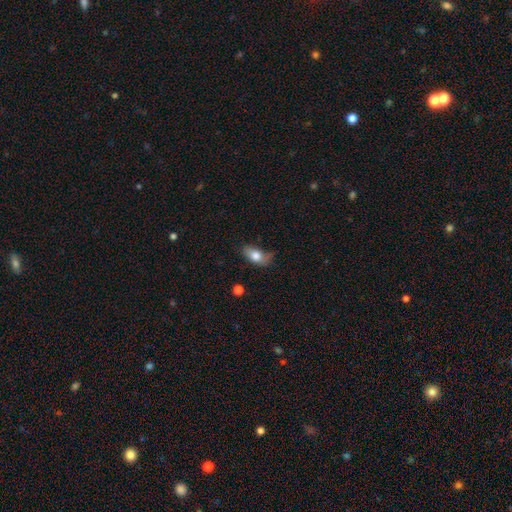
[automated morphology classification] Overall: smooth (77%). How rounded: in between (87%). Merging: none (48%; minor disturbance 36%).